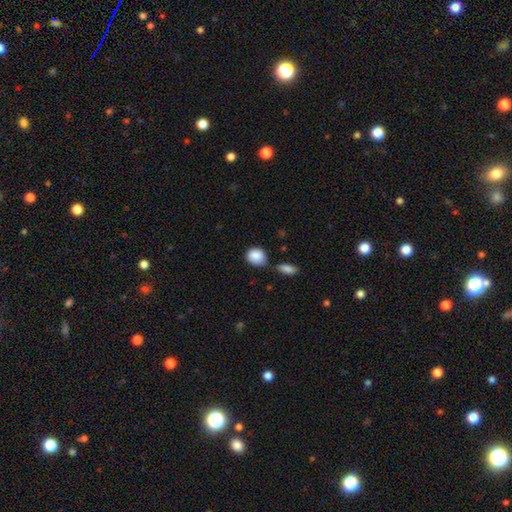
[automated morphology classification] A smooth galaxy with no disk features (88%) that is round (57%). Merging: none (60%).